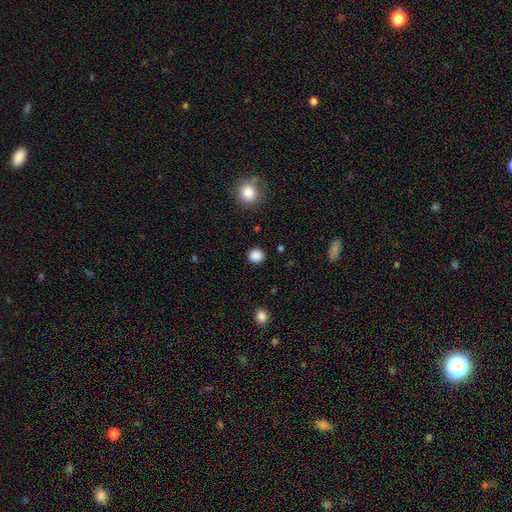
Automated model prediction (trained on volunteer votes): A smooth galaxy with no disk features (87%) that is round (88%). Merging: none (90%).